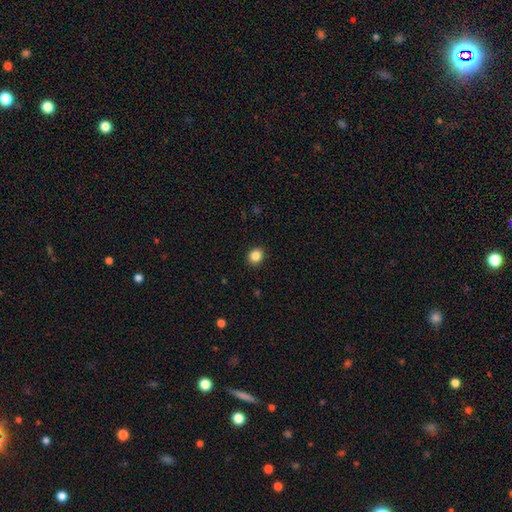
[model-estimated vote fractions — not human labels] Smooth or featured: smooth — 86% (star or artifact — 10%)
How rounded: round — 74% (in between — 25%)
Merging: none — 91% (minor disturbance — 6%)